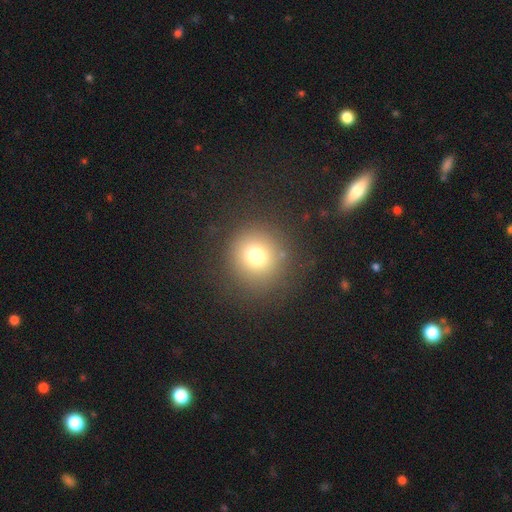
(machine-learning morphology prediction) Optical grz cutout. It shows a smooth galaxy with no disk features (75%) that is round (93%). Merging: none (86%).